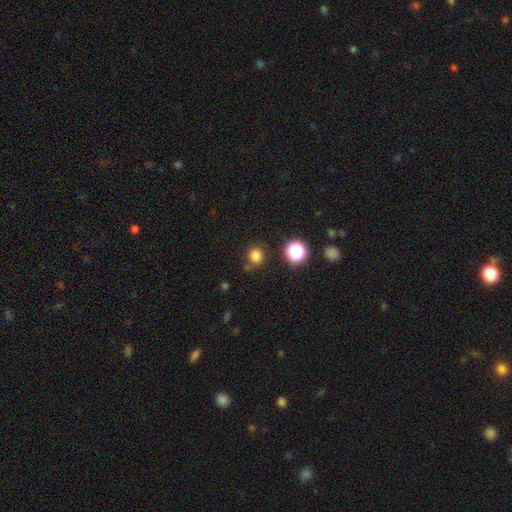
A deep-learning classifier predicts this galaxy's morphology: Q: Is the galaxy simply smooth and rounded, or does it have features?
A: smooth — 80%.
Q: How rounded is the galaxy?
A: round — 82%.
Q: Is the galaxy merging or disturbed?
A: none — 78%.